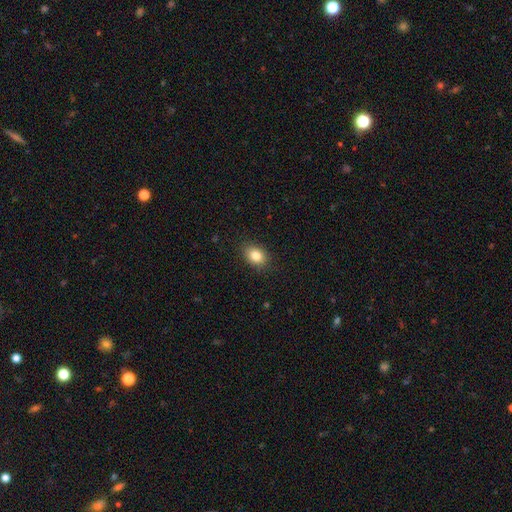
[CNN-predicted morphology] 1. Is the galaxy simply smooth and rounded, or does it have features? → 85% smooth, 9% star or artifact, 6% featured or disk.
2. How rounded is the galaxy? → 72% in between, 27% round, 1% cigar-shaped.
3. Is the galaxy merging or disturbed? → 87% none, 10% minor disturbance, 2% major disturbance, 1% merger.